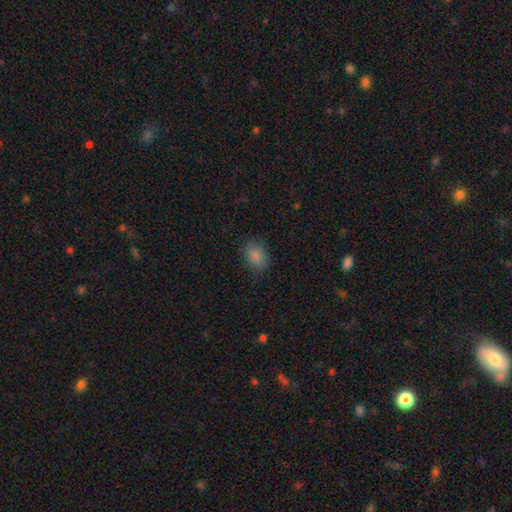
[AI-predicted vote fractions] Smooth or featured? smooth (85%)
How rounded? in between (65%)
Merging? none (83%)